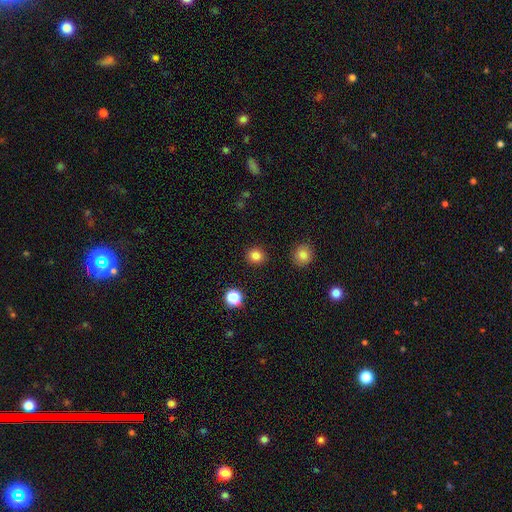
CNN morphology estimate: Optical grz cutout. It shows a smooth galaxy with no disk features (83%) that is round (87%). Merging: none (91%).